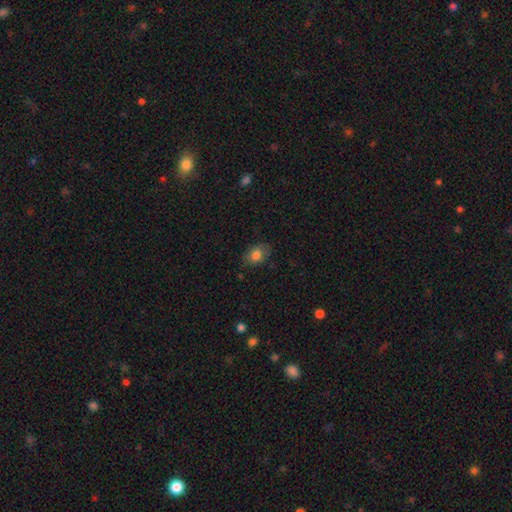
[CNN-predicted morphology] Smooth or featured: smooth — 79% (featured or disk — 11%)
How rounded: in between — 77% (round — 22%)
Merging: none — 76% (minor disturbance — 18%)